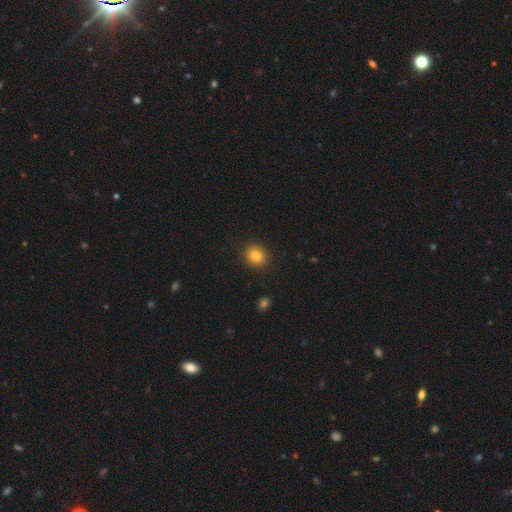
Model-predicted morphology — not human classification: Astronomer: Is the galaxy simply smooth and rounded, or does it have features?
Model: smooth — 83%.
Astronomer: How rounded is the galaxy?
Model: round — 67%.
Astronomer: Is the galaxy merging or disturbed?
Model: none — 90%.